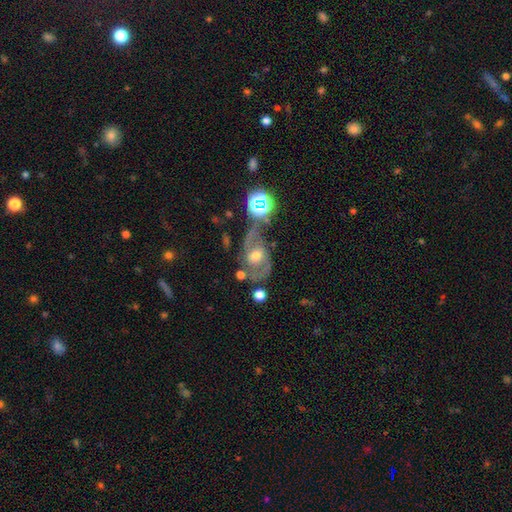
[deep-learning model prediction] Smooth or featured: featured or disk — 78% (star or artifact — 12%)
Edge-on disk: no — 96% (yes — 4%)
Bar: no — 56% (weak — 33%)
Spiral arms: yes — 90% (no — 10%)
Spiral winding: medium — 50% (tight — 27%)
Spiral arm count: 2 — 82% (can't tell — 8%)
Bulge size: moderate — 67% (small — 22%)
Merging: none — 56% (minor disturbance — 18%)